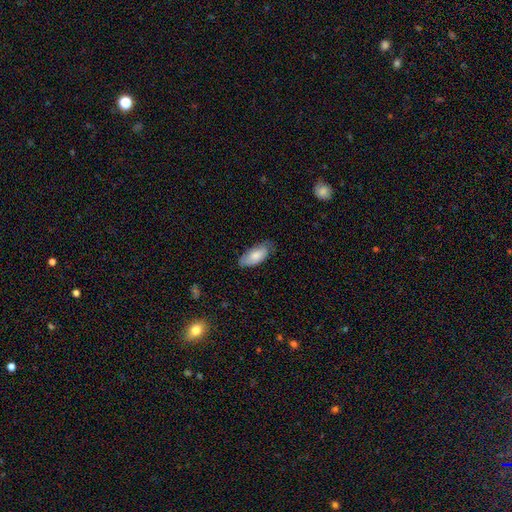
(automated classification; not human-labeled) Smooth or featured? smooth (79%)
How rounded? in between (88%)
Merging? none (67%)